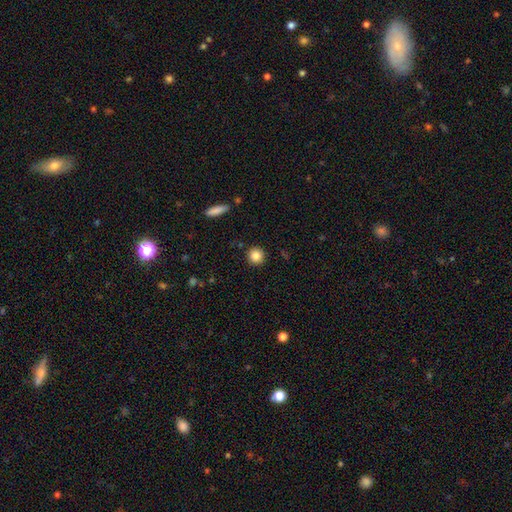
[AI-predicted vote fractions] The model was most divided on "smooth or featured": smooth: 84%, star or artifact: 10%, featured or disk: 6%. More confident: how rounded — round (93%); merging — none (91%).